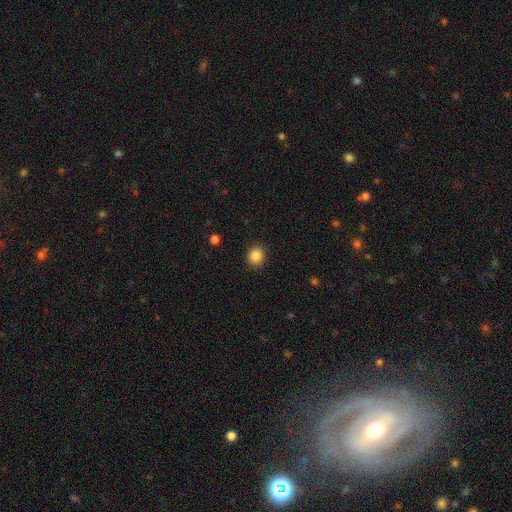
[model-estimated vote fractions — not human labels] A smooth galaxy with no disk features (86%) that is round (76%). Merging: none (89%).